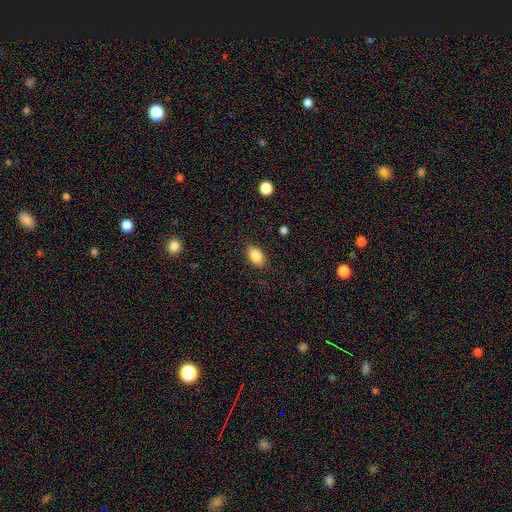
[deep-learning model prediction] smooth-or-featured: smooth: 86% | star or artifact: 9% | featured or disk: 5%
  how-rounded: in between: 82% | round: 16% | cigar-shaped: 1%
  merging: none: 84% | minor disturbance: 11% | major disturbance: 3% | merger: 1%